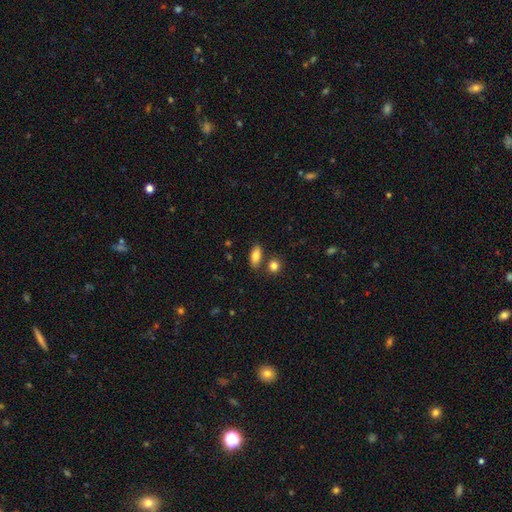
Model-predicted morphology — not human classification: smooth_or_featured: smooth (p=0.82) [alt: featured or disk p=0.10]
how_rounded: in between (p=0.83) [alt: cigar-shaped p=0.12]
merging: none (p=0.76) [alt: minor disturbance p=0.11]